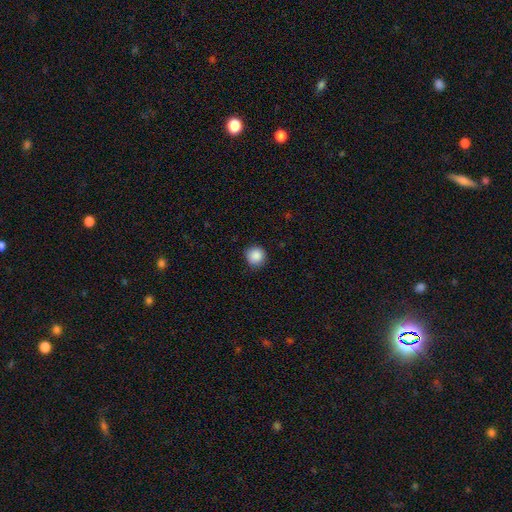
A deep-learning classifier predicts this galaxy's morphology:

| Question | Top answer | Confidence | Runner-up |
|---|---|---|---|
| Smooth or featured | smooth | 88% | star or artifact (9%) |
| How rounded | round | 95% | in between (4%) |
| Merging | none | 89% | minor disturbance (8%) |